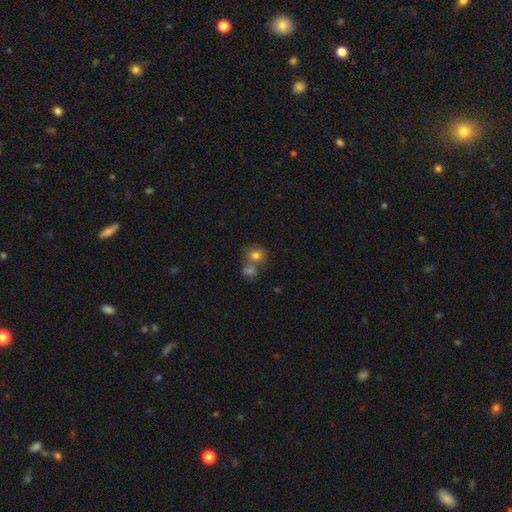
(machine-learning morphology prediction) This appears to be a smooth galaxy with no disk features (78%) that is round (70%). Merging: none (44%).